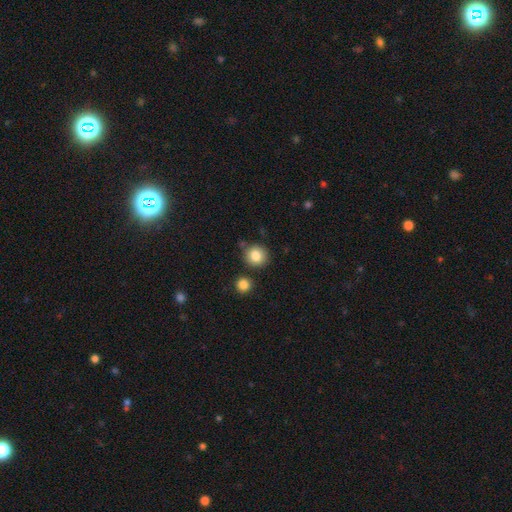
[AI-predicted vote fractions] The model was most divided on "merging": none: 78%, minor disturbance: 11%, merger: 8%, major disturbance: 3%. More confident: how rounded — round (87%); smooth or featured — smooth (84%).